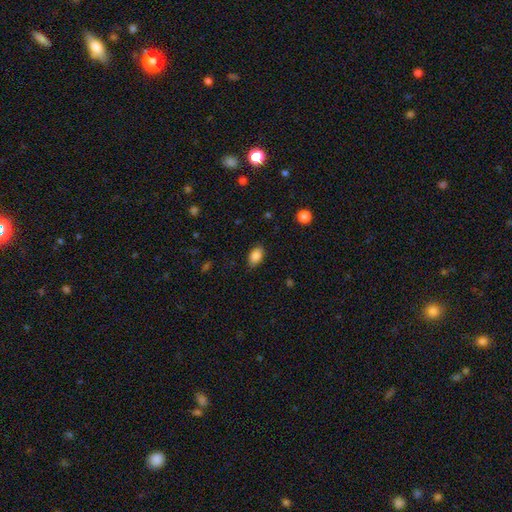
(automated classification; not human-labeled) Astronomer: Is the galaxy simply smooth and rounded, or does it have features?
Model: smooth — 87%.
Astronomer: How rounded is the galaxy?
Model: in between — 89%.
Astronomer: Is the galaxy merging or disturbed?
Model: none — 84%.